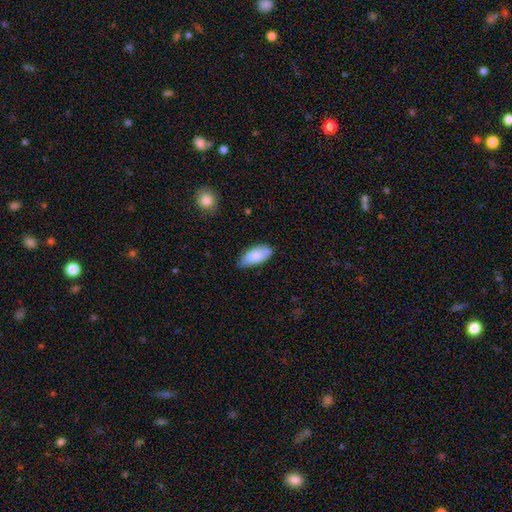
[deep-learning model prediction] Smooth or featured?
  - smooth: 80% *
  - featured or disk: 14%
  - star or artifact: 6%
How rounded?
  - in between: 89% *
  - cigar-shaped: 9%
  - round: 2%
Merging?
  - none: 61% *
  - minor disturbance: 32%
  - major disturbance: 5%
  - merger: 2%